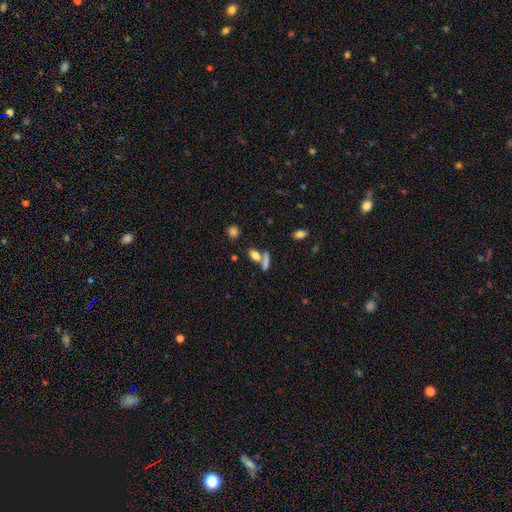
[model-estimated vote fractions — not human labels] Smooth or featured? Predicted: smooth (p=0.74). How rounded? Predicted: in between (p=0.64). Merging? Predicted: none (p=0.52).